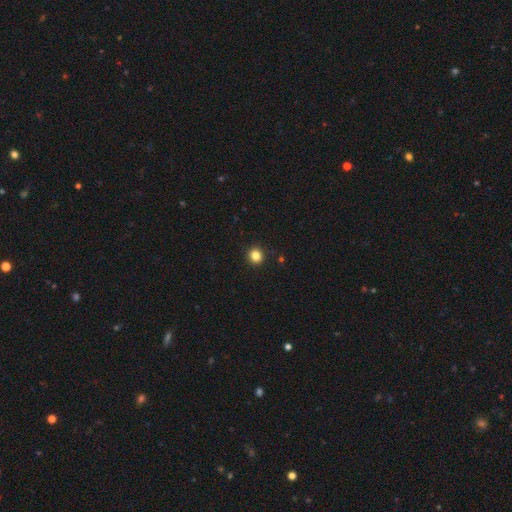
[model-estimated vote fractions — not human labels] This is clearly a smooth galaxy (84%). How rounded: clearly round (91%). Merging: clearly none (93%).